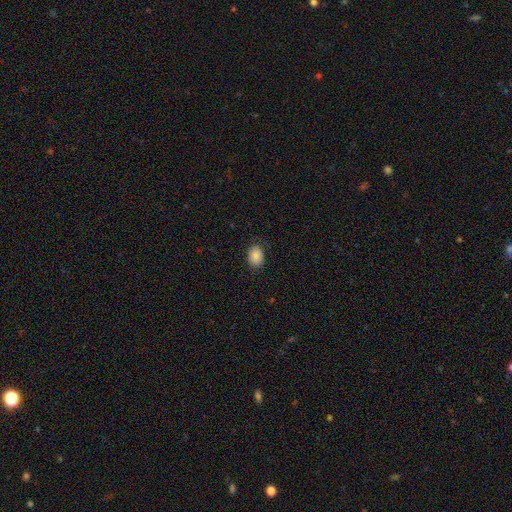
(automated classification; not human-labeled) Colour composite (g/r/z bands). It shows a smooth galaxy with no disk features (87%) that is in between round and cigar-shaped (79%). Merging: none (75%).